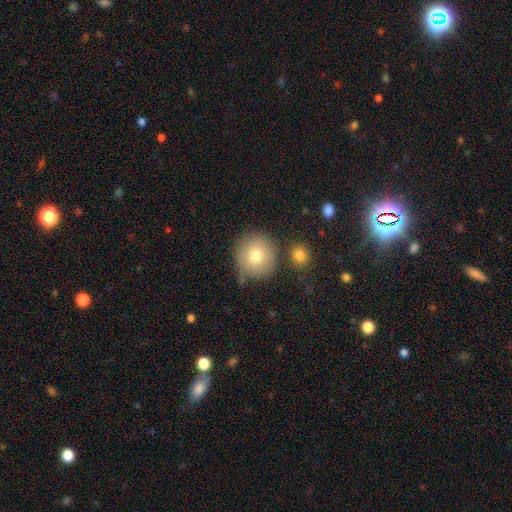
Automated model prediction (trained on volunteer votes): This appears to be a smooth galaxy with no disk features (76%) that is round (92%). Merging: none (72%).